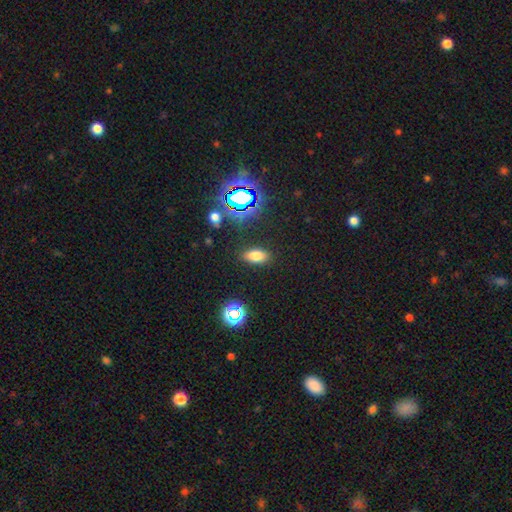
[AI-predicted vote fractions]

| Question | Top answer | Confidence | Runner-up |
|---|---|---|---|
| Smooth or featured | smooth | 71% | star or artifact (21%) |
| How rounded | in between | 87% | round (7%) |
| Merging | none | 87% | minor disturbance (8%) |